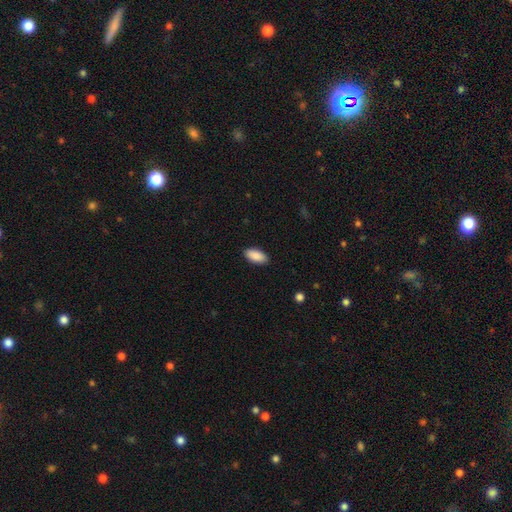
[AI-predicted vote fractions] Smooth or featured? smooth (90%)
How rounded? in between (93%)
Merging? none (89%)